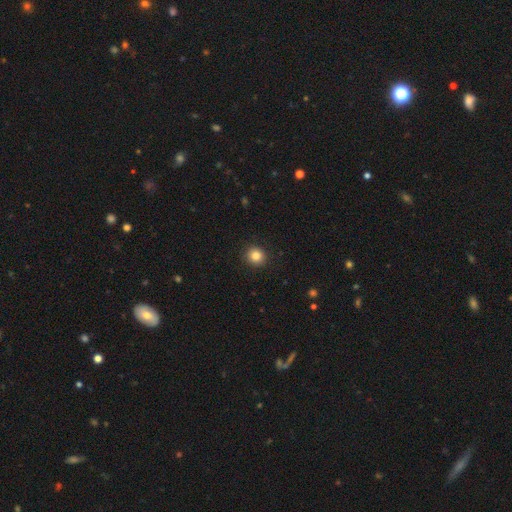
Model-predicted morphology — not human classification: smooth-or-featured: smooth: 85% | star or artifact: 11% | featured or disk: 5%
  how-rounded: round: 88% | in between: 11% | cigar-shaped: 1%
  merging: none: 92% | minor disturbance: 6% | major disturbance: 2% | merger: 1%